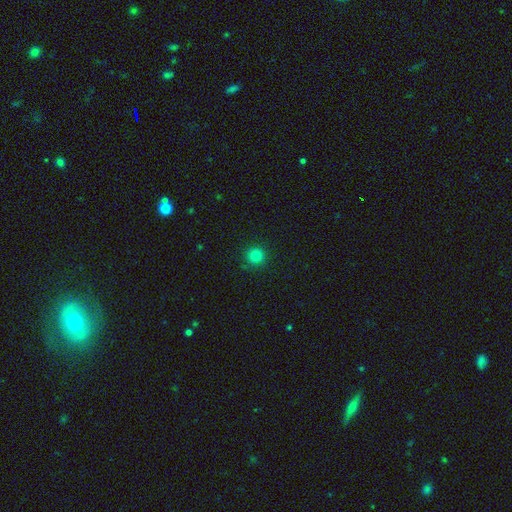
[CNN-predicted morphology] A smooth galaxy with no disk features (82%) that is round (95%). Merging: none (89%).